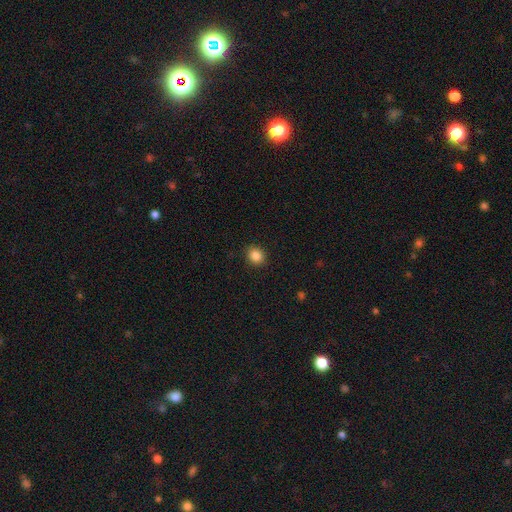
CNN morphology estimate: smooth_or_featured: smooth (p=0.86) [alt: star or artifact p=0.10]
how_rounded: round (p=0.72) [alt: in between p=0.27]
merging: none (p=0.90) [alt: minor disturbance p=0.07]